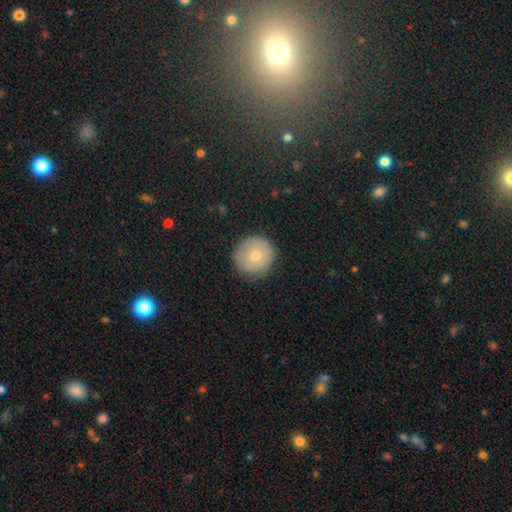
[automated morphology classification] type=smooth (72%); roundness=round (94%); merging=none (85%).